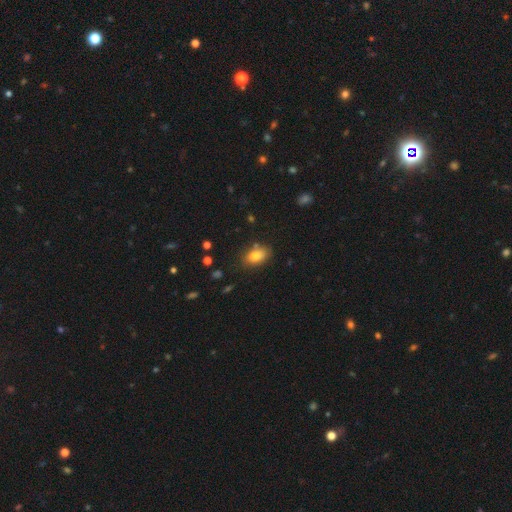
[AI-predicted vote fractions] A smooth galaxy with no disk features (81%) that is in between round and cigar-shaped (87%).

Vote fractions:
- Smooth or featured? smooth: 81% / featured or disk: 10% / star or artifact: 9%
- How rounded? in between: 87% / round: 12% / cigar-shaped: 2%
- Merging? none: 78% / minor disturbance: 15% / merger: 4% / major disturbance: 3%